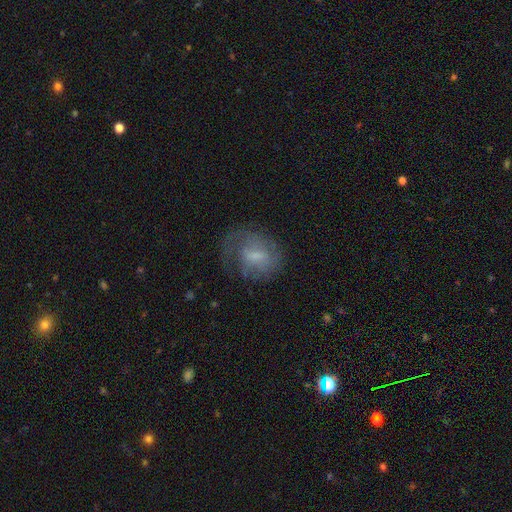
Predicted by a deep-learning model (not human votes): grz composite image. It shows a featured or disk galaxy (54%) with a weak bar (53%), spiral arms (73%) and a small central bulge (35%). Merging: none (53%).